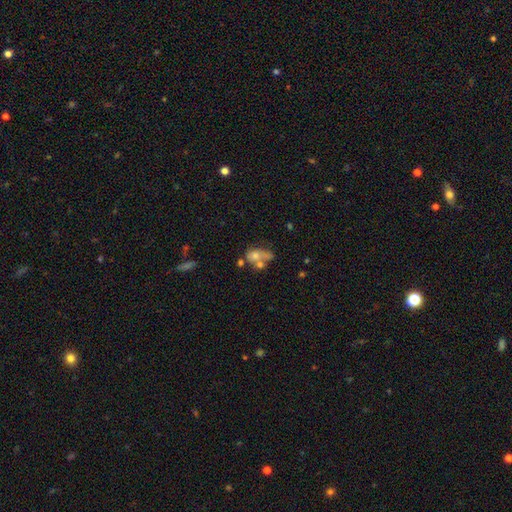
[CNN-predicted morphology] The model was most divided on "merging": merger: 41%, none: 28%, major disturbance: 16%, minor disturbance: 15%. Remaining: smooth or featured — smooth (48%).